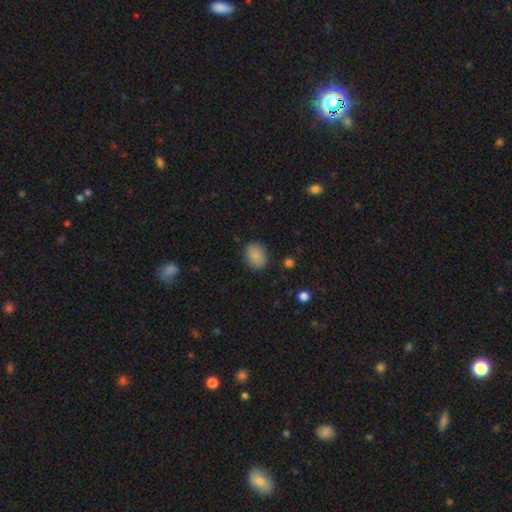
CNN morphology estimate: smooth 86%, star or artifact 8%, featured or disk 6%. Down the decision tree: how rounded — in between (66%); merging — none (85%).